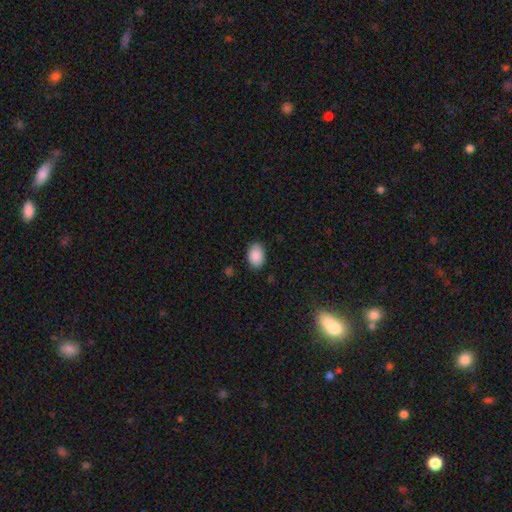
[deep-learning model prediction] A smooth galaxy with no disk features (90%) that is in between round and cigar-shaped (85%).

Vote fractions:
- Smooth or featured? smooth: 90% / star or artifact: 7% / featured or disk: 4%
- How rounded? in between: 85% / round: 14% / cigar-shaped: 1%
- Merging? none: 85% / minor disturbance: 11% / major disturbance: 2% / merger: 1%